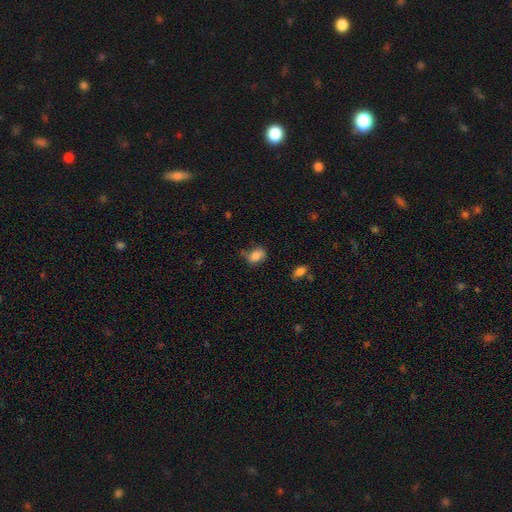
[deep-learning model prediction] The model was most divided on "merging": none: 46%, minor disturbance: 35%, major disturbance: 13%, merger: 5%. More confident: smooth or featured — smooth (80%); how rounded — in between (73%).